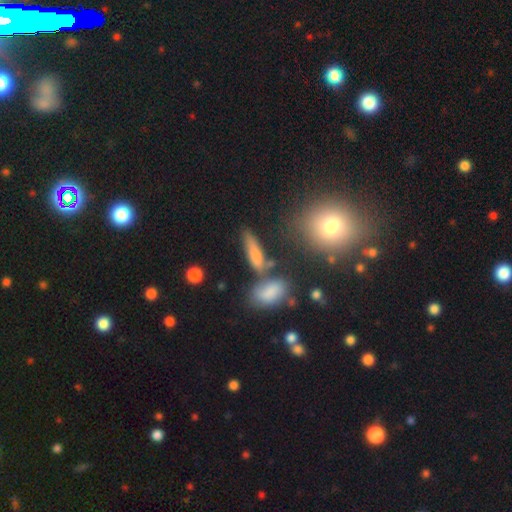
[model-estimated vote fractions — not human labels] Smooth or featured? Predicted: smooth (p=0.64). How rounded? Predicted: cigar-shaped (p=0.60). Merging? Predicted: none (p=0.64).